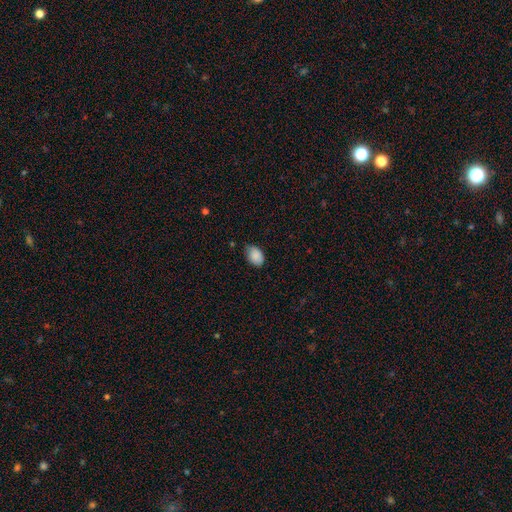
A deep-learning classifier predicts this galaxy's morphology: Smooth or featured? Predicted: smooth (p=0.87). How rounded? Predicted: in between (p=0.80). Merging? Predicted: none (p=0.67).